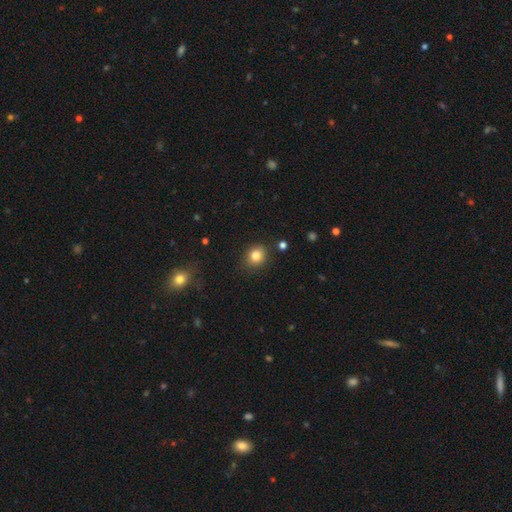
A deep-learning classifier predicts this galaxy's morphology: The model was most divided on "how rounded": round: 72%, in between: 27%, cigar-shaped: 1%. More confident: merging — none (85%); smooth or featured — smooth (83%).